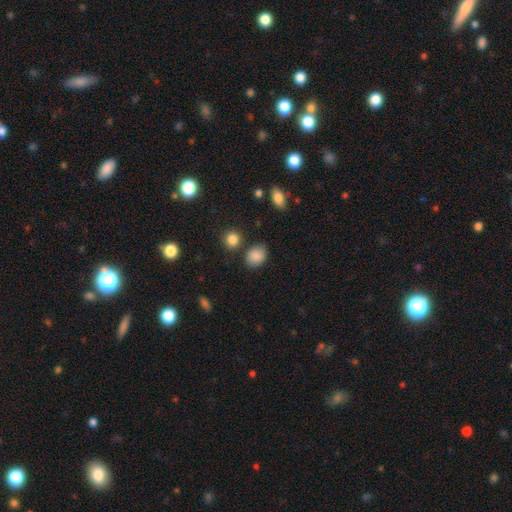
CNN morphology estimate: Smooth or featured? Predicted: smooth (p=0.87). How rounded? Predicted: in between (p=0.57). Merging? Predicted: none (p=0.78).